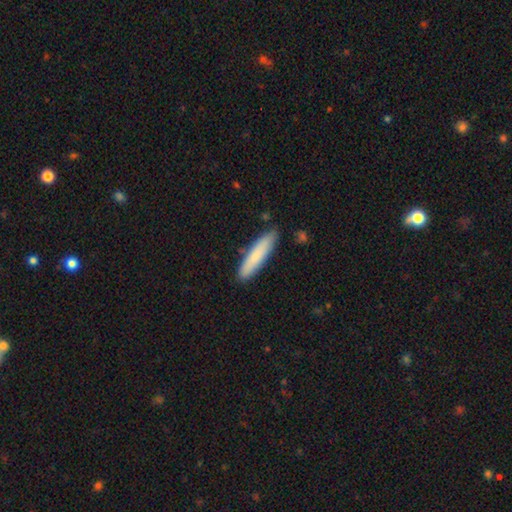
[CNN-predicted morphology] This appears to be a smooth galaxy with no disk features (80%) that is cigar-shaped (85%). Merging: none (87%).